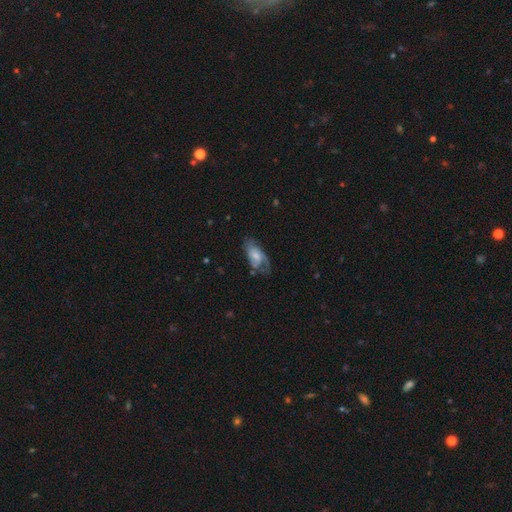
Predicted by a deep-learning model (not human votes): This is likely a featured or disk galaxy (67%). It is clearly not viewed edge-on (94%). Bar: possibly no (59%). Spiral arm pattern: clearly yes (88%). Spiral arm count: possibly 2 (53%). Spiral winding: possibly medium (46%). Central bulge: marginally moderate (42%). Merging: possibly none (50%).